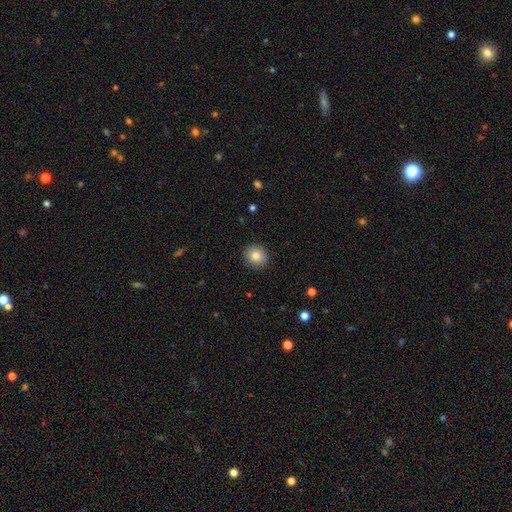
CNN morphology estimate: smooth_or_featured: smooth (p=0.83) [alt: star or artifact p=0.09]
how_rounded: round (p=0.78) [alt: in between p=0.21]
merging: none (p=0.89) [alt: minor disturbance p=0.08]